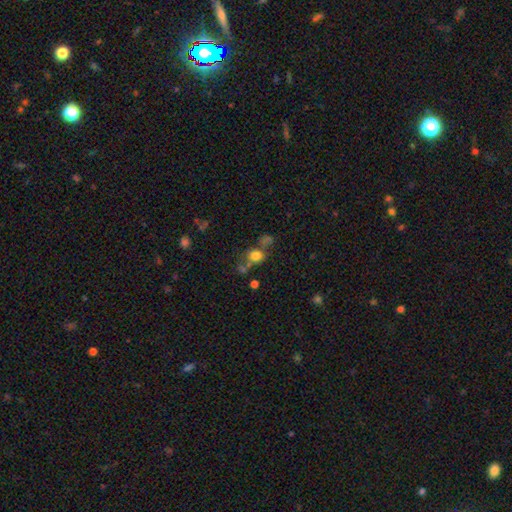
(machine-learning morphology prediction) Smooth or featured?
  - smooth: 69% *
  - featured or disk: 16%
  - star or artifact: 15%
How rounded?
  - round: 65% *
  - in between: 33%
  - cigar-shaped: 2%
Merging?
  - none: 48% *
  - merger: 25%
  - minor disturbance: 15%
  - major disturbance: 11%